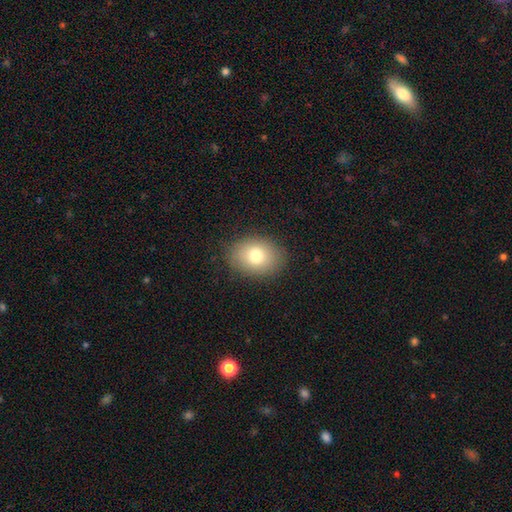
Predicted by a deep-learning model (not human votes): Smooth or featured?
  - smooth: 77% *
  - featured or disk: 13%
  - star or artifact: 10%
How rounded?
  - in between: 65% *
  - round: 34%
  - cigar-shaped: 1%
Merging?
  - none: 86% *
  - minor disturbance: 10%
  - major disturbance: 3%
  - merger: 1%